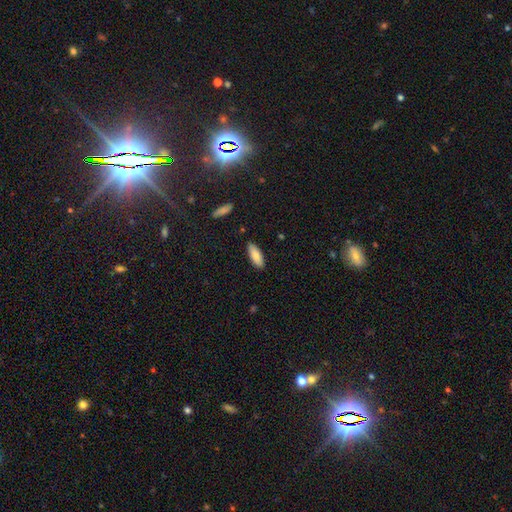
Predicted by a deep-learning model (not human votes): Q: Smooth or featured?
A: smooth (84%); runner-up: featured or disk (9%)
Q: How rounded?
A: in between (75%); runner-up: cigar-shaped (23%)
Q: Merging?
A: none (86%); runner-up: minor disturbance (11%)